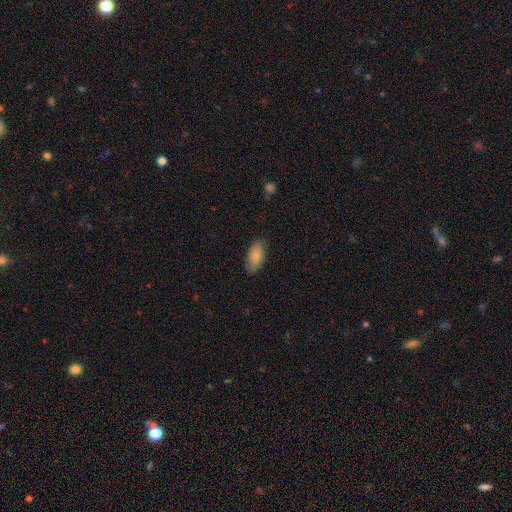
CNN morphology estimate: Smooth or featured? Predicted: smooth (p=0.80). How rounded? Predicted: in between (p=0.93). Merging? Predicted: none (p=0.82).